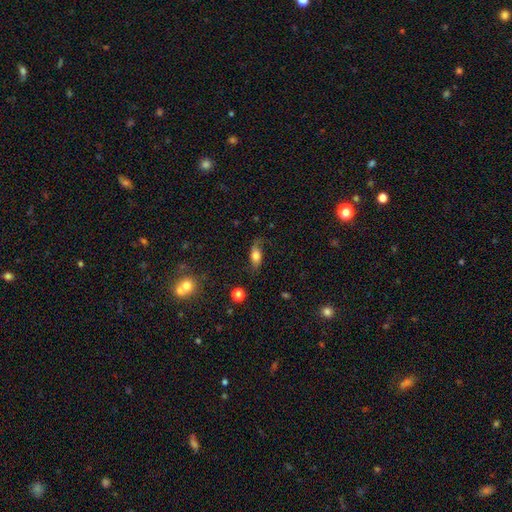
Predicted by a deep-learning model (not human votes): Q: Smooth or featured?
A: smooth (64%); runner-up: featured or disk (27%)
Q: How rounded?
A: in between (80%); runner-up: cigar-shaped (14%)
Q: Merging?
A: none (66%); runner-up: minor disturbance (23%)